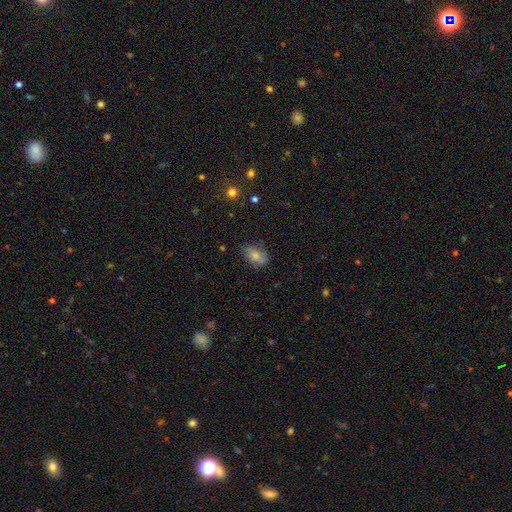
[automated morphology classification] This appears to be a smooth galaxy with no disk features (75%) that is in between round and cigar-shaped (86%). Merging: none (70%).